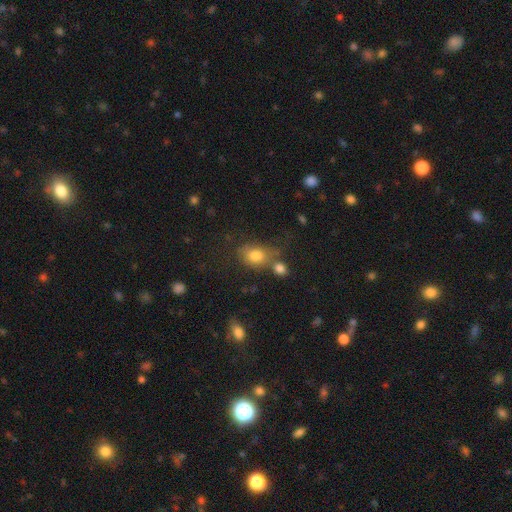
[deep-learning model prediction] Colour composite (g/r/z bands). It shows a smooth galaxy with no disk features (79%) that is in between round and cigar-shaped (66%). Merging: none (47%).